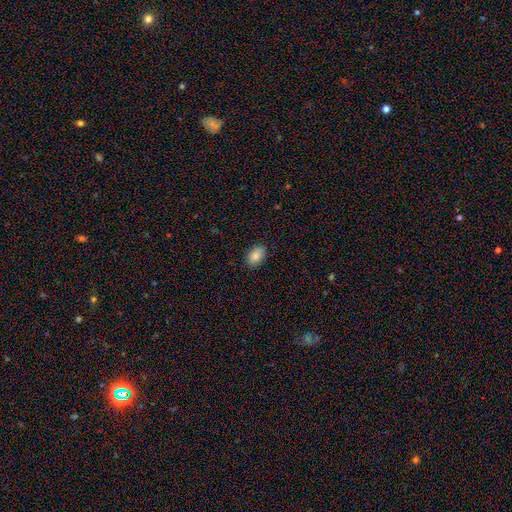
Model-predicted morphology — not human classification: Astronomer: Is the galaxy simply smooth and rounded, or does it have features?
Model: smooth — 84%.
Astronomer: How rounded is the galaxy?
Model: in between — 85%.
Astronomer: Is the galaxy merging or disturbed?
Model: none — 84%.